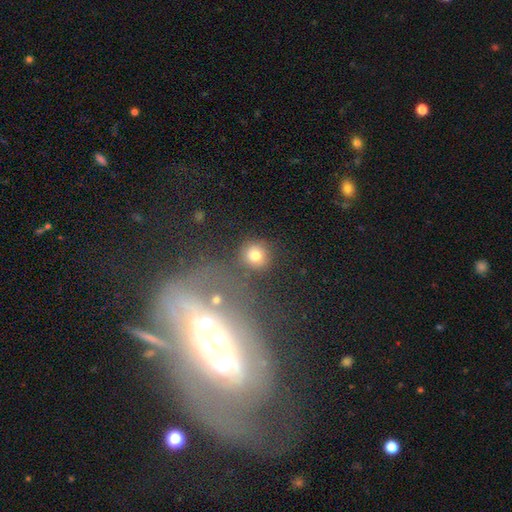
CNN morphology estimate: Smooth or featured? Predicted: smooth (p=0.76). How rounded? Predicted: round (p=0.90). Merging? Predicted: none (p=0.80).